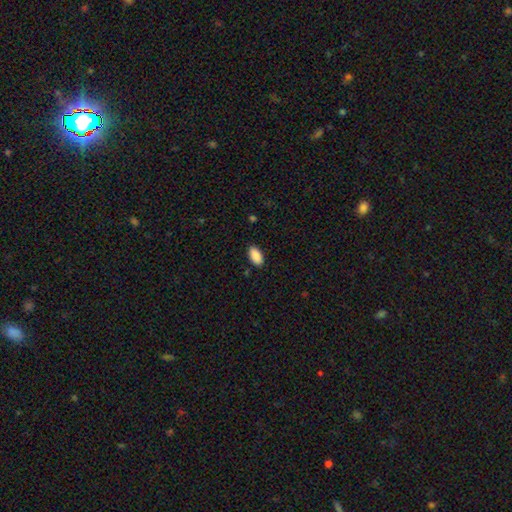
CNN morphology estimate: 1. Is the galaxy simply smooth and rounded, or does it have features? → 90% smooth, 7% star or artifact, 3% featured or disk.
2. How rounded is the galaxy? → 94% in between, 3% cigar-shaped, 3% round.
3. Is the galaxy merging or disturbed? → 88% none, 9% minor disturbance, 2% major disturbance, 1% merger.